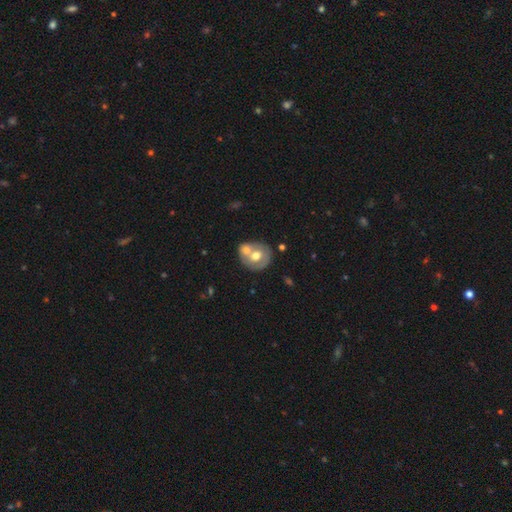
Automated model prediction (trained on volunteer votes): A smooth galaxy with no disk features (48%).

Vote fractions:
- Smooth or featured? smooth: 48% / featured or disk: 46% / star or artifact: 6%
- Merging? merger: 49% / none: 36% / minor disturbance: 10% / major disturbance: 4%